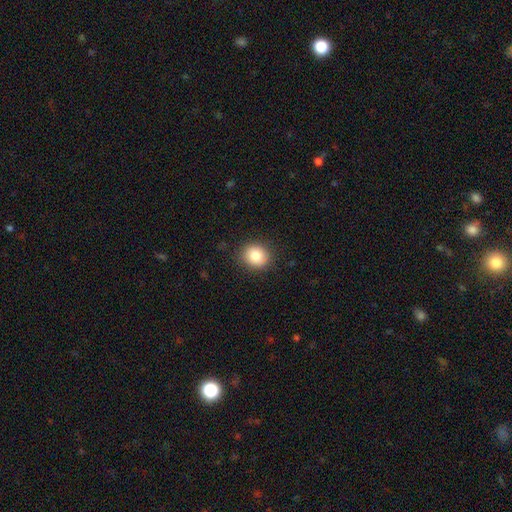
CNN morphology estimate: A smooth galaxy with no disk features (83%) that is round (77%).

Vote fractions:
- Smooth or featured? smooth: 83% / star or artifact: 9% / featured or disk: 7%
- How rounded? round: 77% / in between: 22% / cigar-shaped: 1%
- Merging? none: 88% / minor disturbance: 9% / major disturbance: 2% / merger: 1%